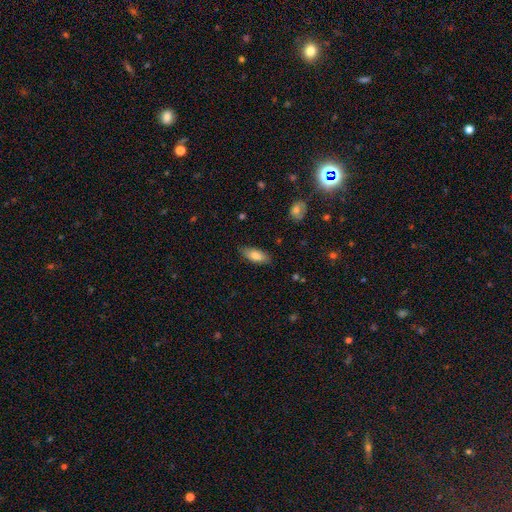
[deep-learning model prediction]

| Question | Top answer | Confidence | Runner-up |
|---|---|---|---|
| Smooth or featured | smooth | 81% | featured or disk (12%) |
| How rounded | in between | 81% | cigar-shaped (17%) |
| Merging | none | 83% | minor disturbance (14%) |